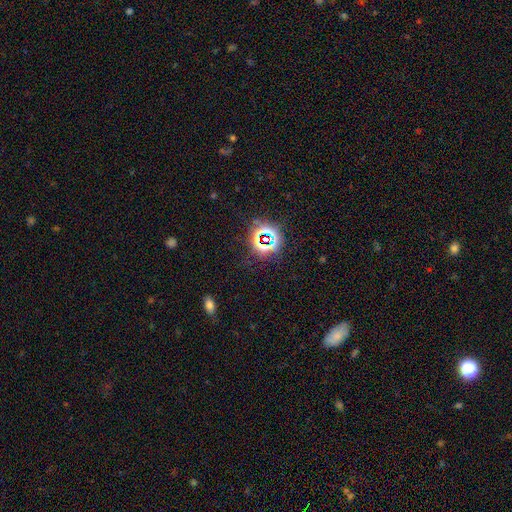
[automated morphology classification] This appears to be a star or artifact, not a galaxy (75%).